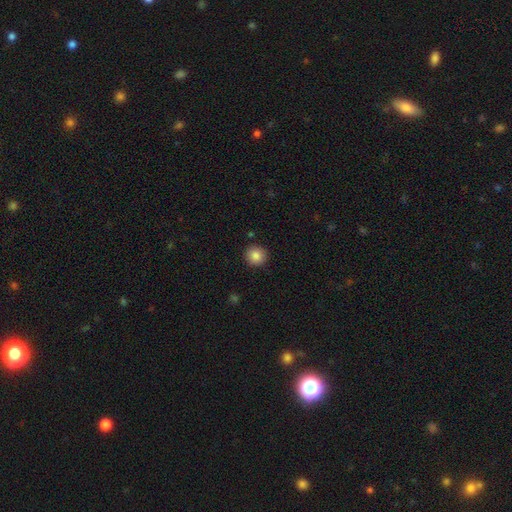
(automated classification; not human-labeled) smooth_or_featured: smooth (p=0.86) [alt: star or artifact p=0.09]
how_rounded: round (p=0.92) [alt: in between p=0.07]
merging: none (p=0.91) [alt: minor disturbance p=0.06]